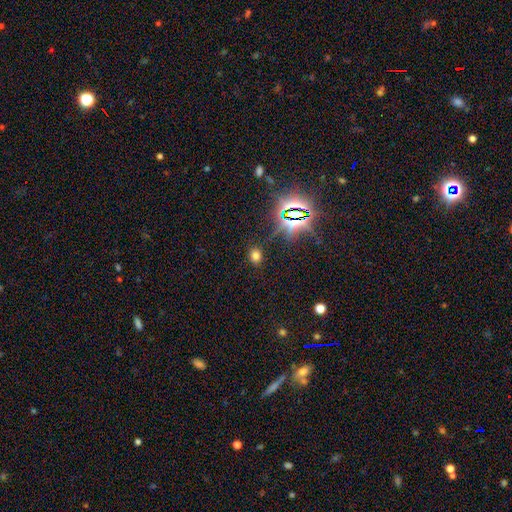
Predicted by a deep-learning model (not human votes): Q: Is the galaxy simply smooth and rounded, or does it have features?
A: smooth — 65%.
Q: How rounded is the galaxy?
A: round — 53%.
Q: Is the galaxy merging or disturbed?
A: none — 86%.